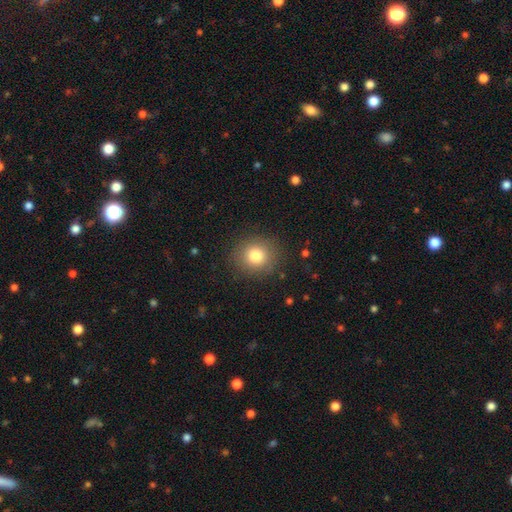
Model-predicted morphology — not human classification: Smooth or featured?
  - smooth: 80% *
  - star or artifact: 11%
  - featured or disk: 9%
How rounded?
  - round: 85% *
  - in between: 14%
  - cigar-shaped: 1%
Merging?
  - none: 88% *
  - minor disturbance: 8%
  - major disturbance: 3%
  - merger: 1%